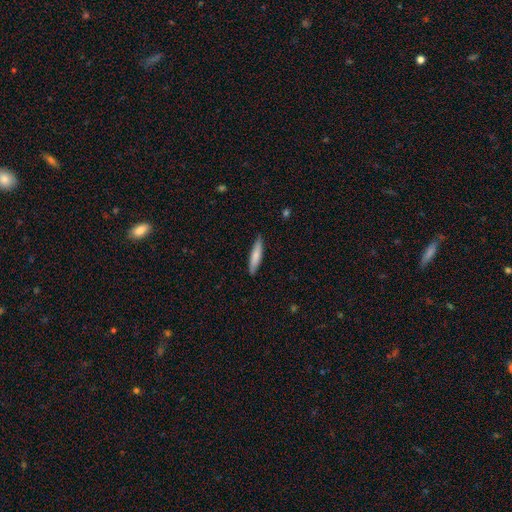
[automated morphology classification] smooth 76%, featured or disk 19%, star or artifact 5%. Down the decision tree: how rounded — cigar-shaped (84%); merging — none (86%).